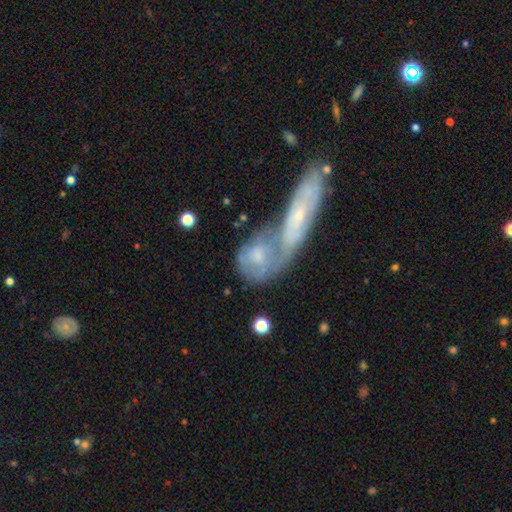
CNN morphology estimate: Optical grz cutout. It shows a featured or disk galaxy (54%). Merging: merger (60%).